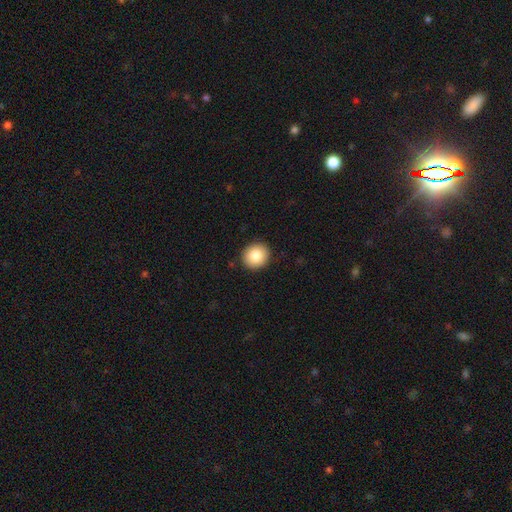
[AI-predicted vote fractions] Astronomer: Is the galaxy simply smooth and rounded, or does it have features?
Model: smooth — 83%.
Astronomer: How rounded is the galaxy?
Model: round — 87%.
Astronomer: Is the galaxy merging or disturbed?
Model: none — 92%.